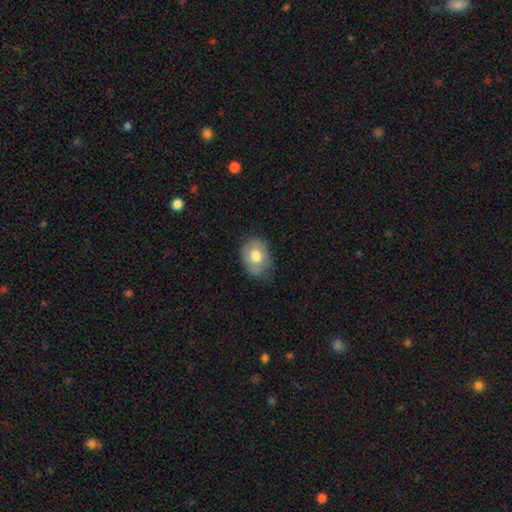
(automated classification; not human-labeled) Smooth or featured? Predicted: smooth (p=0.68). How rounded? Predicted: in between (p=0.65). Merging? Predicted: none (p=0.63).